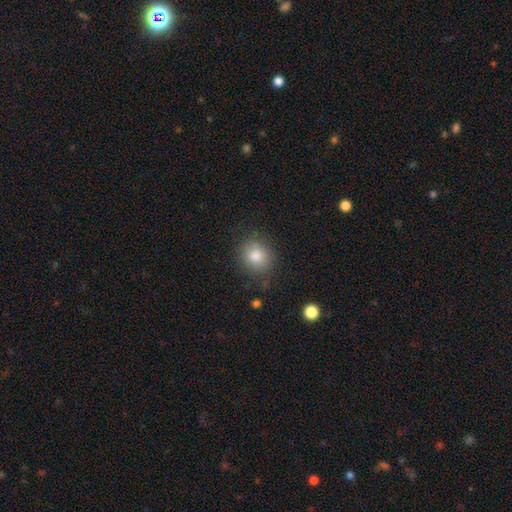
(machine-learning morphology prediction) type=smooth (82%); roundness=round (75%); merging=none (82%).